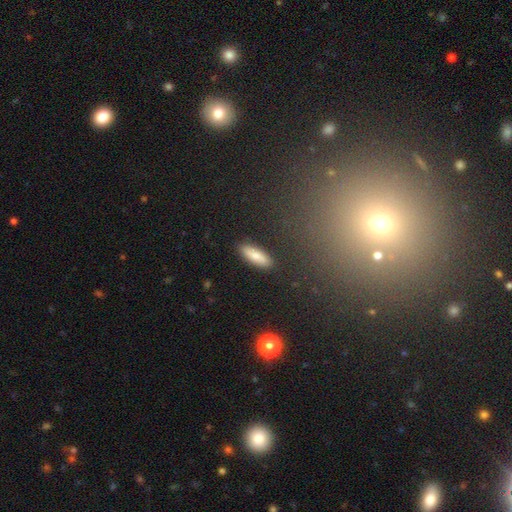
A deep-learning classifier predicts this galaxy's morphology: Overall: smooth (78%). How rounded: in between (56%; cigar-shaped 42%). Merging: none (88%).